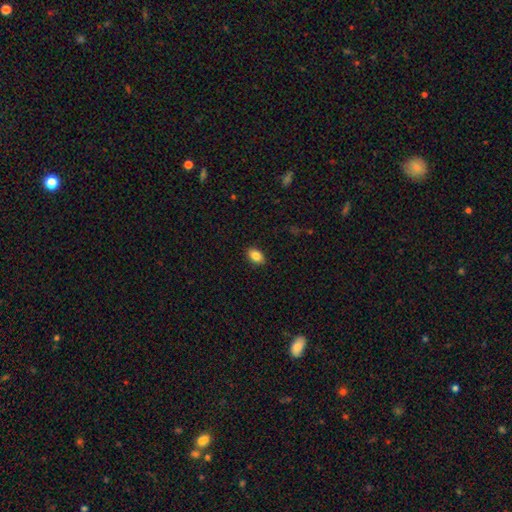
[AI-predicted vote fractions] Smooth or featured?
  - smooth: 85% *
  - star or artifact: 9%
  - featured or disk: 6%
How rounded?
  - in between: 86% *
  - round: 13%
  - cigar-shaped: 2%
Merging?
  - none: 89% *
  - minor disturbance: 8%
  - major disturbance: 2%
  - merger: 1%